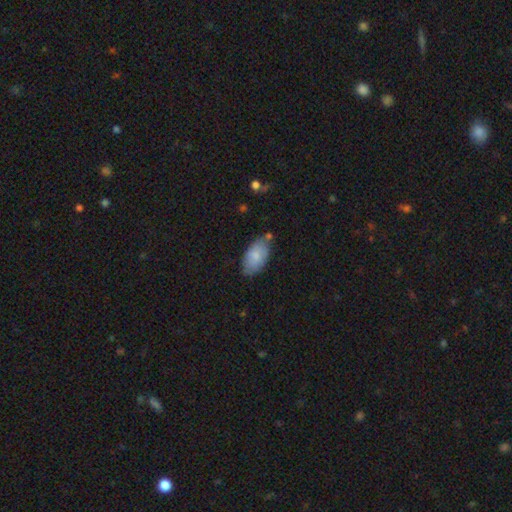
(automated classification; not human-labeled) Overall: smooth (80%). How rounded: in between (95%). Merging: none (64%; minor disturbance 25%).